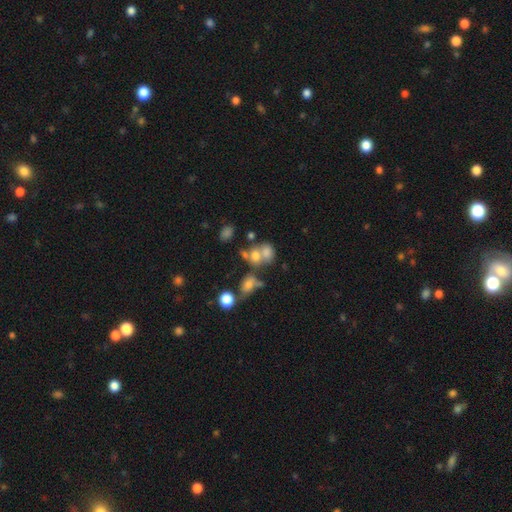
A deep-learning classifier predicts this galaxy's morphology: Smooth or featured? Predicted: smooth (p=0.65). How rounded? Predicted: round (p=0.50). Merging? Predicted: merger (p=0.57).